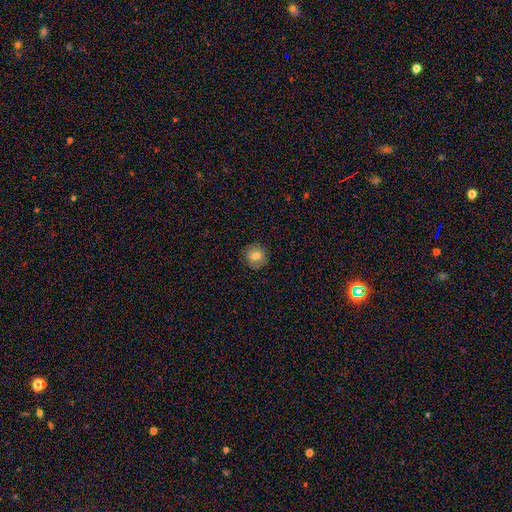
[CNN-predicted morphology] type=smooth (80%); roundness=round (90%); merging=none (88%).